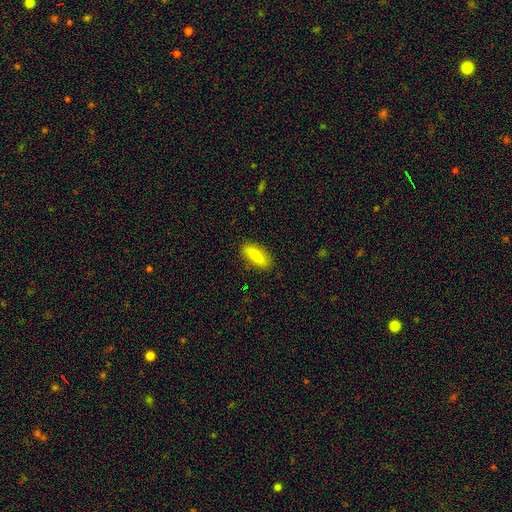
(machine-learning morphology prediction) A smooth galaxy with no disk features (79%) that is in between round and cigar-shaped (67%). Merging: none (85%).